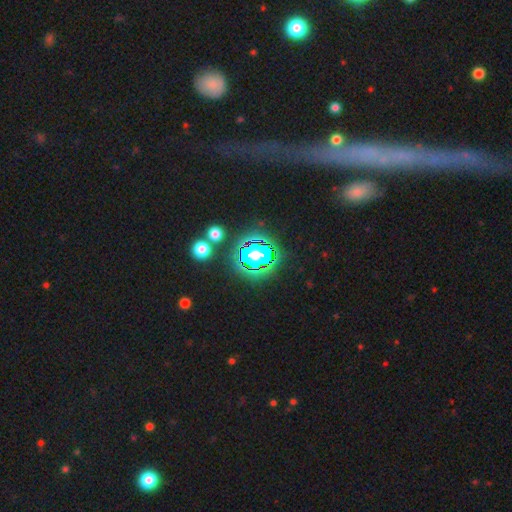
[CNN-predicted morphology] The model was most divided on "smooth or featured": star or artifact: 57%, smooth: 24%, featured or disk: 19%.